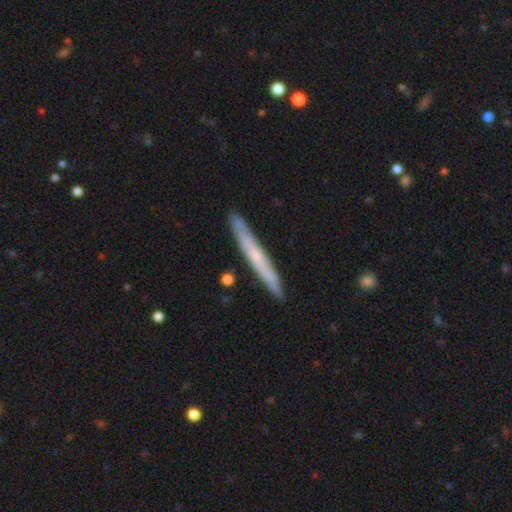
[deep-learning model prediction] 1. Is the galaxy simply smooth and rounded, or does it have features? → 49% featured or disk, 46% smooth, 5% star or artifact.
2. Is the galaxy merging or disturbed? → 88% none, 9% minor disturbance, 2% merger, 1% major disturbance.